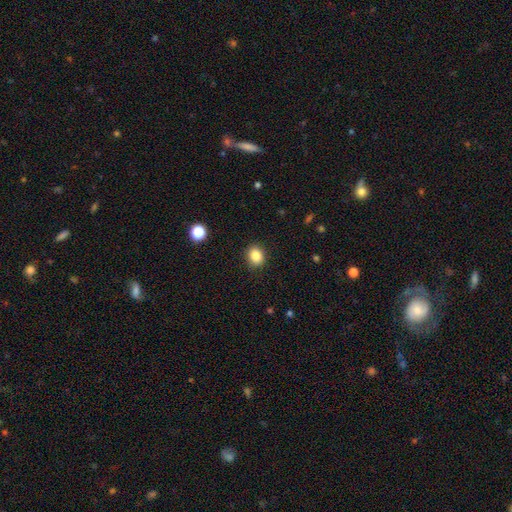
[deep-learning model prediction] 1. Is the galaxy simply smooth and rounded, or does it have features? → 84% smooth, 11% star or artifact, 5% featured or disk.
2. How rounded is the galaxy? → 64% round, 35% in between, 1% cigar-shaped.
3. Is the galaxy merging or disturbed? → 90% none, 7% minor disturbance, 2% major disturbance, 1% merger.